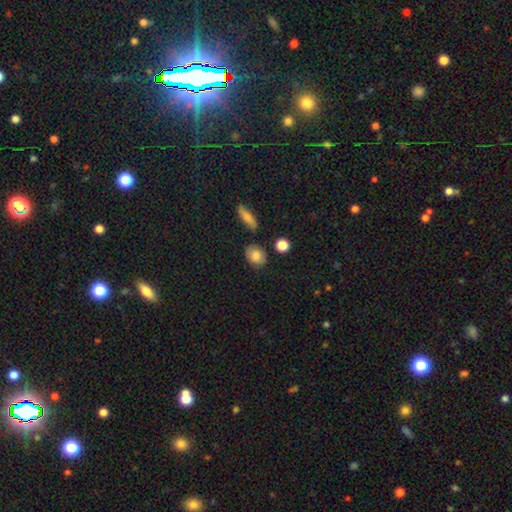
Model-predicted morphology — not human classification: smooth_or_featured: smooth (p=0.82) [alt: featured or disk p=0.10]
how_rounded: in between (p=0.59) [alt: round p=0.38]
merging: none (p=0.78) [alt: minor disturbance p=0.14]